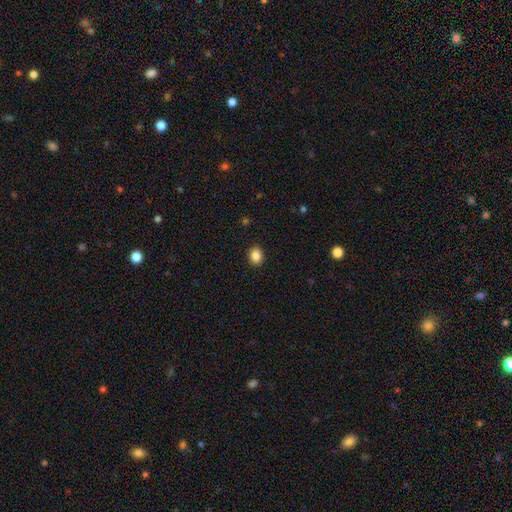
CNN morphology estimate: Smooth or featured? smooth (87%)
How rounded? round (55%)
Merging? none (90%)